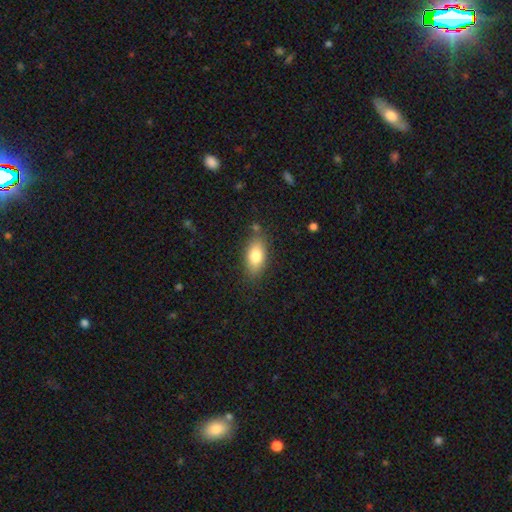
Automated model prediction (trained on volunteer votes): Smooth or featured?
  - smooth: 79% *
  - featured or disk: 14%
  - star or artifact: 7%
How rounded?
  - in between: 87% *
  - cigar-shaped: 8%
  - round: 5%
Merging?
  - none: 80% *
  - minor disturbance: 13%
  - major disturbance: 3%
  - merger: 3%